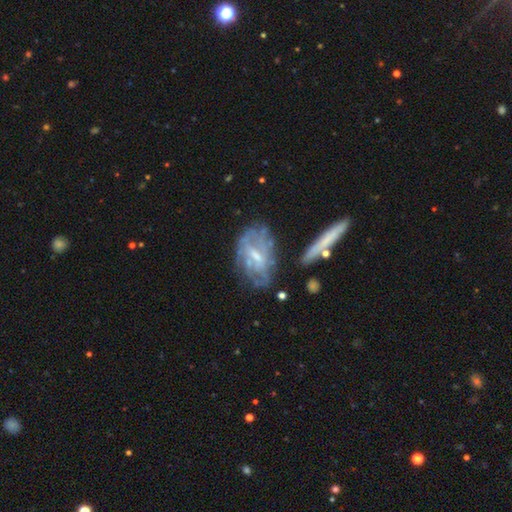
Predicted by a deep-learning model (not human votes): Overall: featured or disk (68%). Edge-on disk: no (91%). Bar: weak (47%; no 35%). Spiral arms: yes (53%; no 47%). Bulge size: small (42%; moderate 38%). Merging: none (53%; minor disturbance 25%).